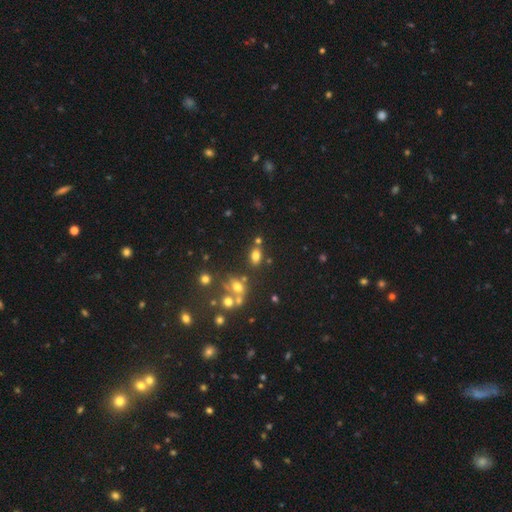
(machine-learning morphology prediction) Smooth or featured? smooth (73%)
How rounded? in between (75%)
Merging? none (69%)